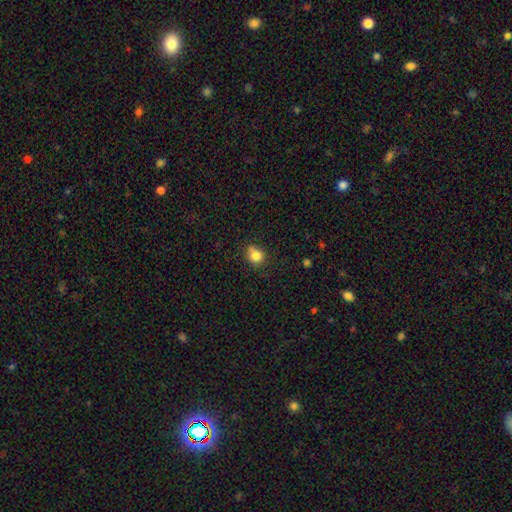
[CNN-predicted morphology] Smooth or featured: smooth — 82% (star or artifact — 11%)
How rounded: round — 72% (in between — 27%)
Merging: none — 66% (minor disturbance — 24%)